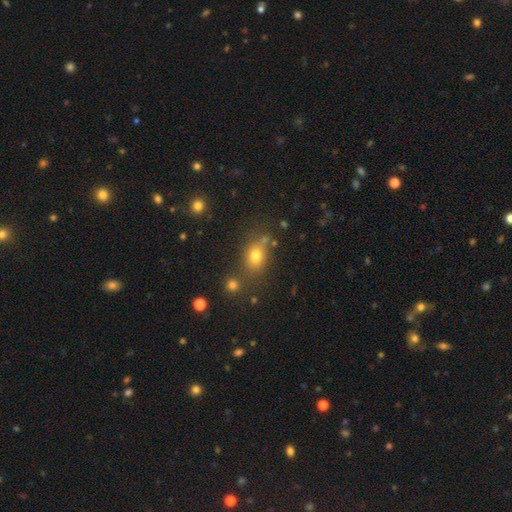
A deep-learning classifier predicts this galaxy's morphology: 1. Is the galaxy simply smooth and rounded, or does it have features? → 71% smooth, 18% star or artifact, 11% featured or disk.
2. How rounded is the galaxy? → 56% in between, 42% round, 2% cigar-shaped.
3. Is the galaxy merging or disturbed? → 68% none, 14% minor disturbance, 12% merger, 5% major disturbance.